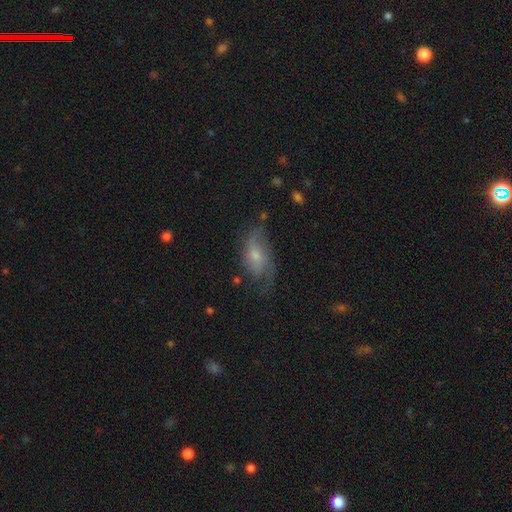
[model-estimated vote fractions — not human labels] Smooth or featured? Predicted: featured or disk (p=0.50). Edge-on disk? Predicted: no (p=0.89). Merging? Predicted: none (p=0.50).